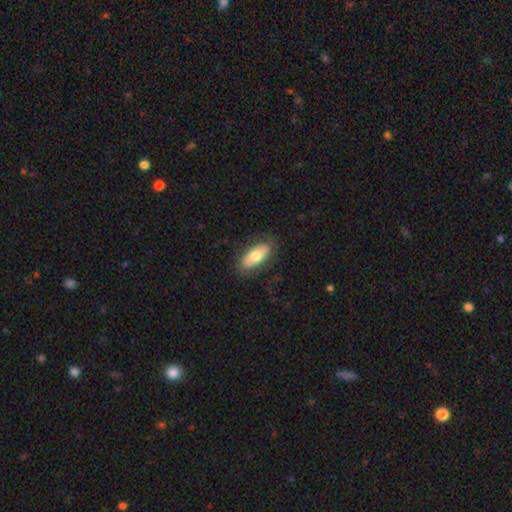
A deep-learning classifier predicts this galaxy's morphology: Q: Smooth or featured?
A: smooth (65%); runner-up: featured or disk (29%)
Q: How rounded?
A: in between (87%); runner-up: cigar-shaped (11%)
Q: Merging?
A: none (79%); runner-up: minor disturbance (14%)